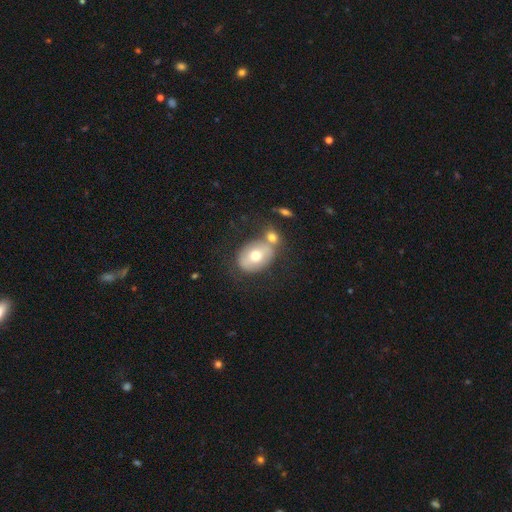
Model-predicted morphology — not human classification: A smooth galaxy with no disk features (59%) that is in between round and cigar-shaped (71%).

Vote fractions:
- Smooth or featured? smooth: 59% / featured or disk: 34% / star or artifact: 8%
- How rounded? in between: 71% / round: 28% / cigar-shaped: 1%
- Merging? none: 52% / merger: 28% / minor disturbance: 14% / major disturbance: 6%